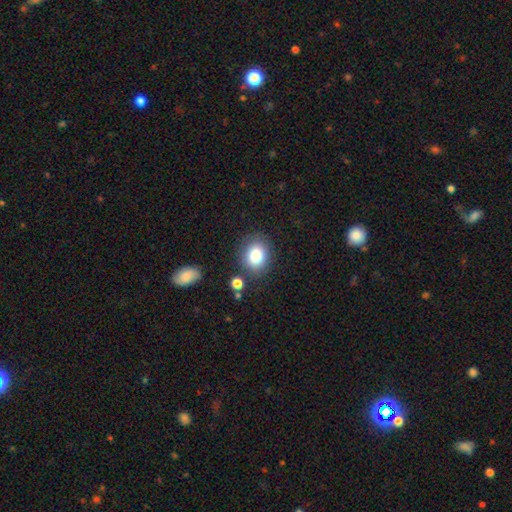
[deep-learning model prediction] Overall: smooth (84%). How rounded: in between (50%; round 49%). Merging: none (80%).